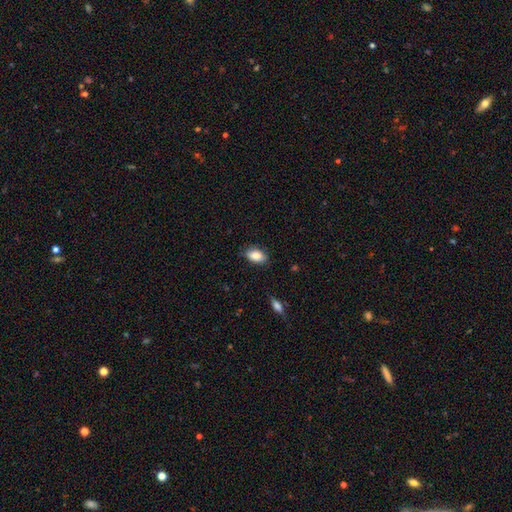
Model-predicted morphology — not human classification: Smooth or featured? smooth (87%)
How rounded? in between (90%)
Merging? none (82%)